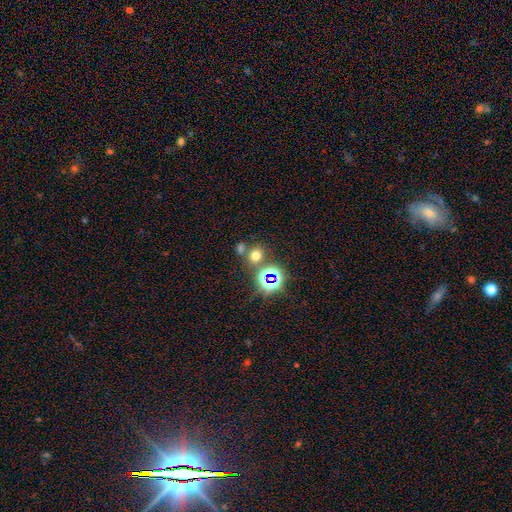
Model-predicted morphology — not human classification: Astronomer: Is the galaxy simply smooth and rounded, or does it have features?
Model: smooth — 60%.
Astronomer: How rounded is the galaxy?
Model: round — 73%.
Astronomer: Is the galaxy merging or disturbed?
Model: none — 66%.